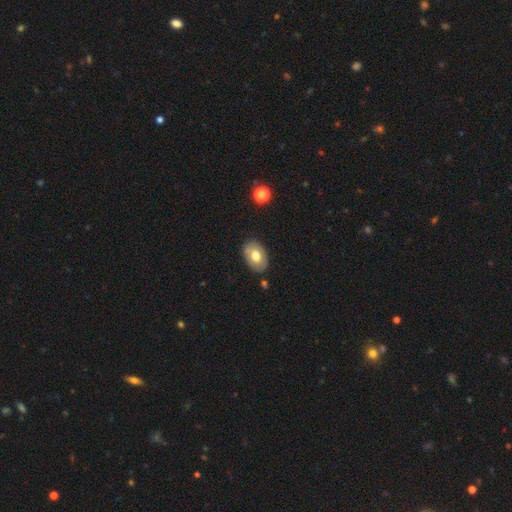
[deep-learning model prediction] The model was most divided on "smooth or featured": smooth: 70%, featured or disk: 23%, star or artifact: 7%. More confident: how rounded — in between (86%); merging — none (84%).